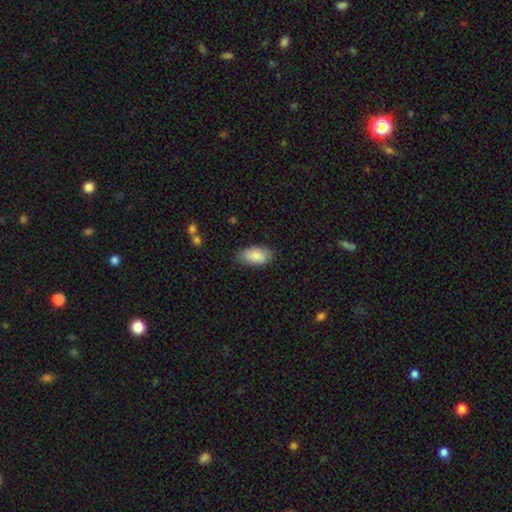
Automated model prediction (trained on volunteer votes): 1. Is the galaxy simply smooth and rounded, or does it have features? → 86% smooth, 8% featured or disk, 6% star or artifact.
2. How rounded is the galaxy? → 94% in between, 3% round, 3% cigar-shaped.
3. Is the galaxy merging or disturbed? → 79% none, 17% minor disturbance, 3% major disturbance, 1% merger.